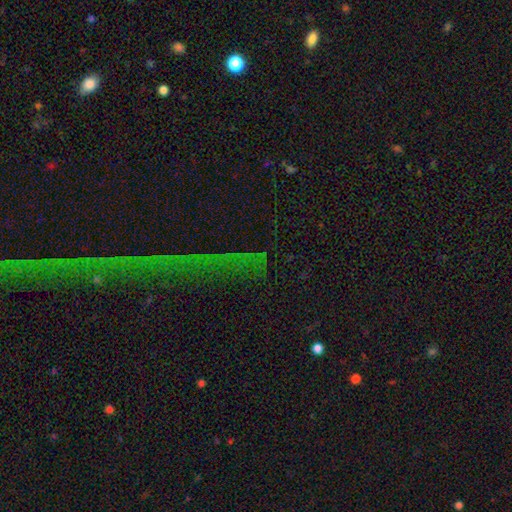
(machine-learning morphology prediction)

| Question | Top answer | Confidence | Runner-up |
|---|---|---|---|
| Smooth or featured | star or artifact | 77% | smooth (11%) |